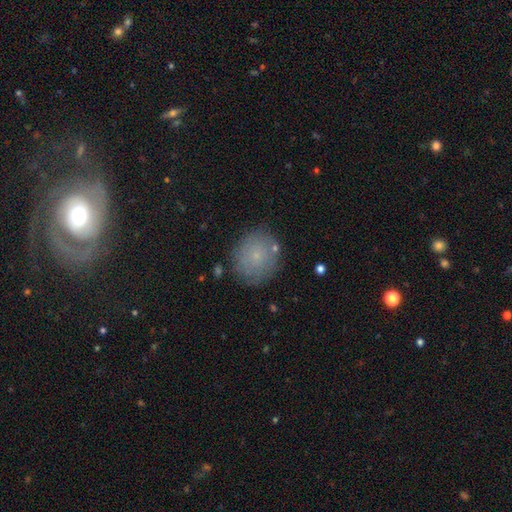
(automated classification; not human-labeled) Smooth or featured? smooth (69%)
How rounded? round (79%)
Merging? none (80%)